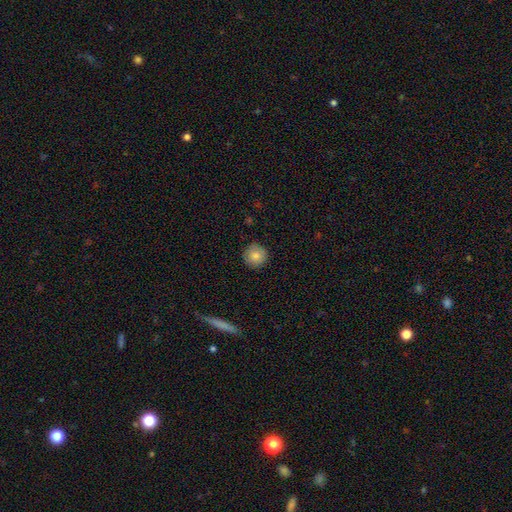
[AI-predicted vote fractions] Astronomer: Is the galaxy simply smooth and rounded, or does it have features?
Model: smooth — 82%.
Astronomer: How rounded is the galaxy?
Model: round — 95%.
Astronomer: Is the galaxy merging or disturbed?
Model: none — 88%.